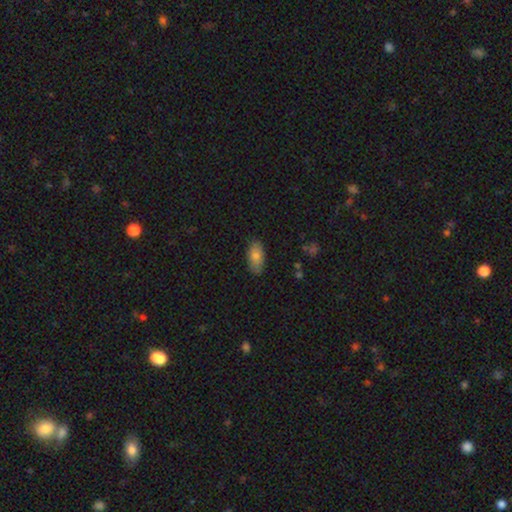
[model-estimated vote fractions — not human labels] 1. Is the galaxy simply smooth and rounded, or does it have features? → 78% smooth, 14% featured or disk, 7% star or artifact.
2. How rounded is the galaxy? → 90% in between, 7% cigar-shaped, 3% round.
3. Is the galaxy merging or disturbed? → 80% none, 16% minor disturbance, 3% major disturbance, 1% merger.